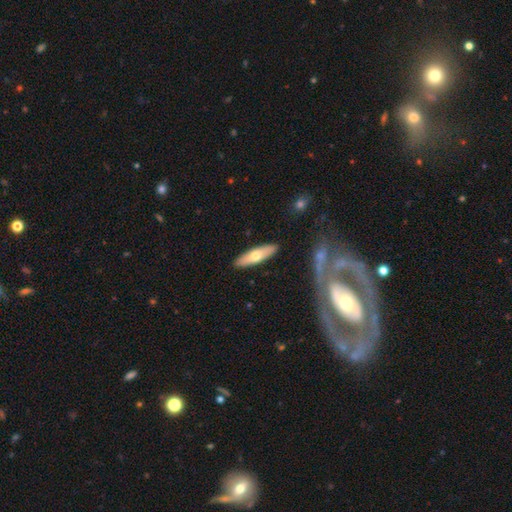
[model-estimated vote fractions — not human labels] A smooth galaxy with no disk features (60%) that is cigar-shaped (61%).

Vote fractions:
- Smooth or featured? smooth: 60% / featured or disk: 34% / star or artifact: 5%
- How rounded? cigar-shaped: 61% / in between: 37% / round: 2%
- Merging? none: 89% / minor disturbance: 7% / major disturbance: 2% / merger: 2%